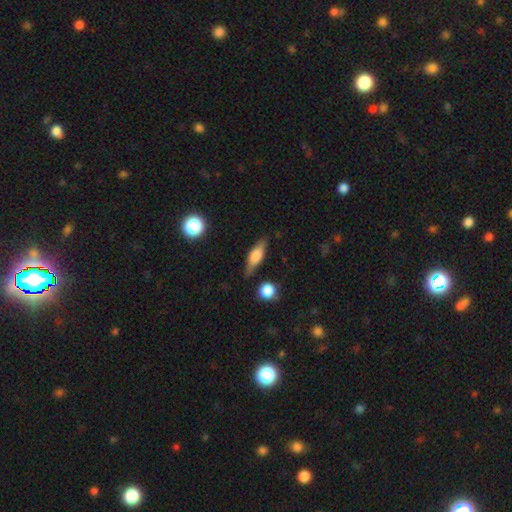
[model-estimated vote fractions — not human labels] The model was most divided on "smooth or featured": smooth: 47%, featured or disk: 46%, star or artifact: 8%. More confident: merging — none (82%).